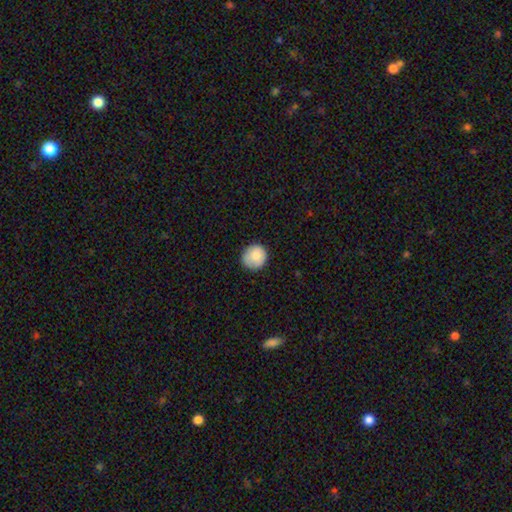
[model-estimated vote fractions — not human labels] Morphology: type=smooth (84%); roundness=round (93%); merging=none (84%).